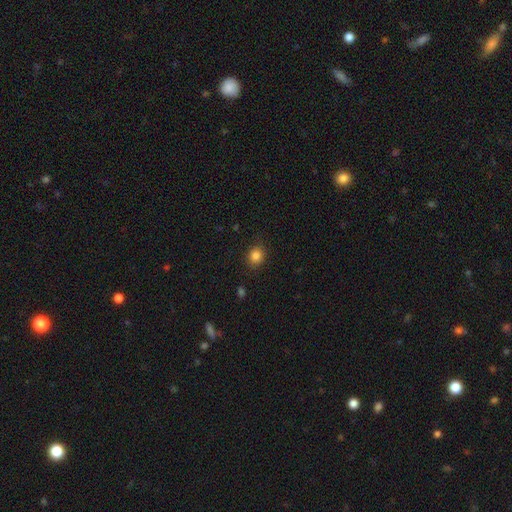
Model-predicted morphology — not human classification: Smooth or featured: smooth — 85% (star or artifact — 11%)
How rounded: round — 71% (in between — 28%)
Merging: none — 85% (minor disturbance — 10%)